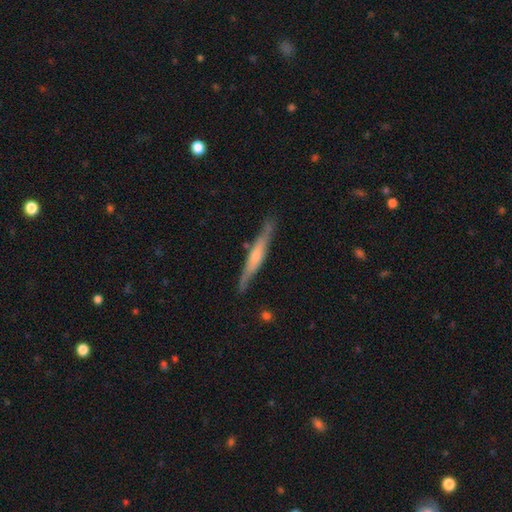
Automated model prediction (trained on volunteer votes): Smooth or featured: featured or disk — 61% (smooth — 34%)
Edge-on disk: yes — 92% (no — 8%)
Edge-on bulge: rounded — 46% (none — 34%)
Merging: none — 80% (minor disturbance — 15%)